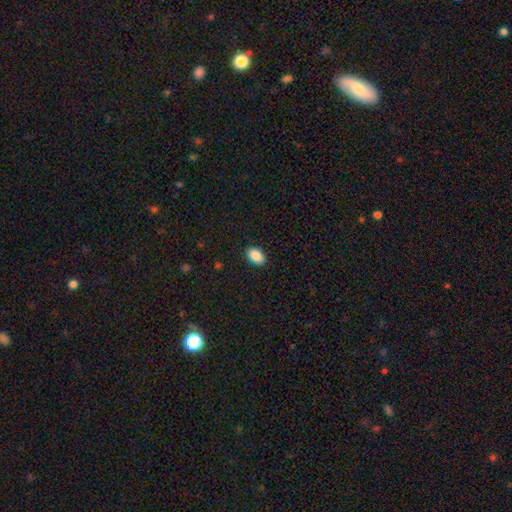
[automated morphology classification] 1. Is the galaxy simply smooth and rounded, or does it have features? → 89% smooth, 7% star or artifact, 3% featured or disk.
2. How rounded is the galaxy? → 88% in between, 11% round, 1% cigar-shaped.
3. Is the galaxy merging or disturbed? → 90% none, 7% minor disturbance, 2% major disturbance, 1% merger.